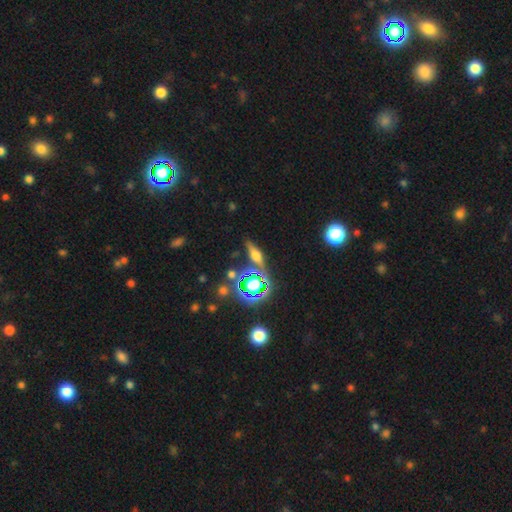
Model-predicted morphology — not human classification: This is marginally a featured or disk galaxy (43%). Merging: likely none (75%).